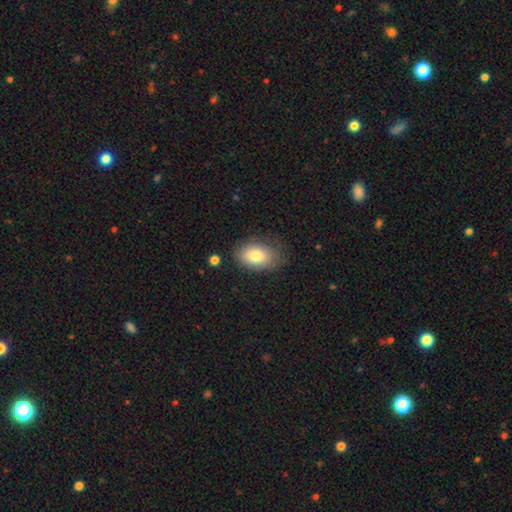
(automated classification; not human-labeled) Smooth or featured: smooth — 81% (featured or disk — 11%)
How rounded: in between — 89% (round — 9%)
Merging: none — 74% (minor disturbance — 18%)